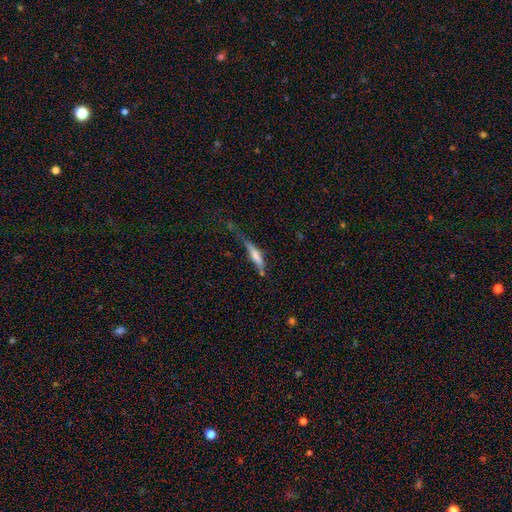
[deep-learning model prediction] smooth-or-featured: smooth: 53% | featured or disk: 40% | star or artifact: 8%
  how-rounded: cigar-shaped: 81% | in between: 17% | round: 2%
  merging: none: 40% | minor disturbance: 31% | major disturbance: 21% | merger: 8%